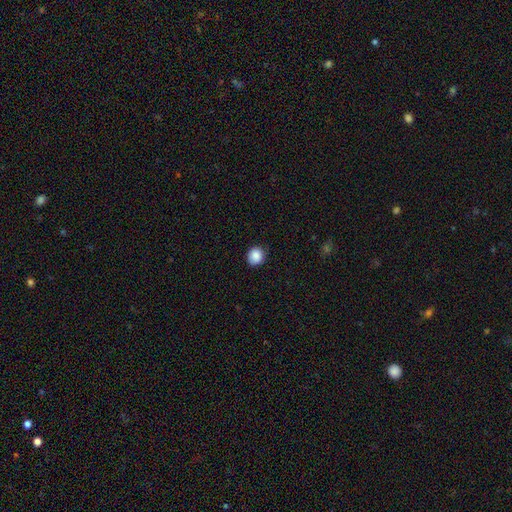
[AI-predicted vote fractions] Smooth or featured? smooth (87%)
How rounded? round (84%)
Merging? none (85%)